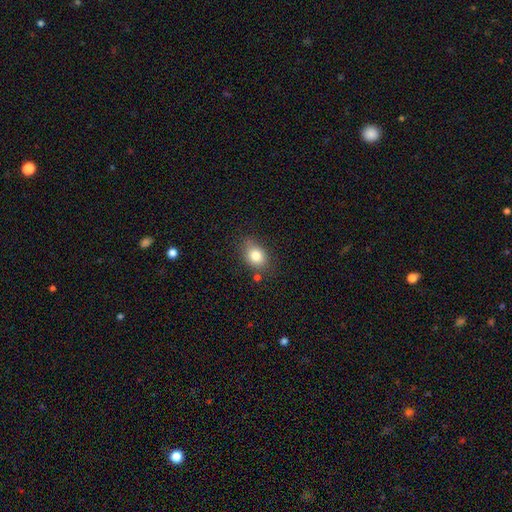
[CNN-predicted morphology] Smooth or featured? Predicted: smooth (p=0.81). How rounded? Predicted: in between (p=0.65). Merging? Predicted: none (p=0.71).